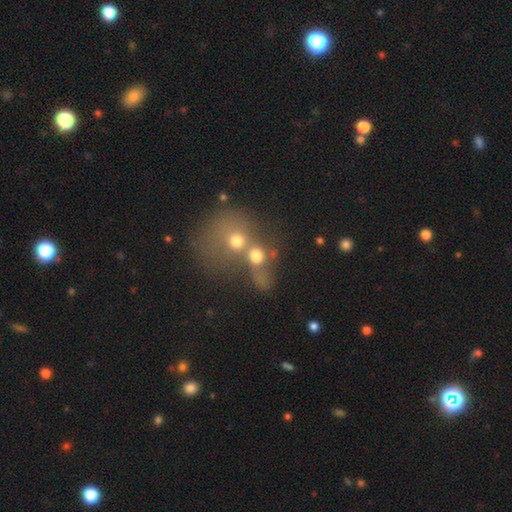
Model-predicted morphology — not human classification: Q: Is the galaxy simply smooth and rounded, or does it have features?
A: smooth — 64%.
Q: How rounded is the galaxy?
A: round — 68%.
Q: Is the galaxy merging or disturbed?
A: merger — 68%.